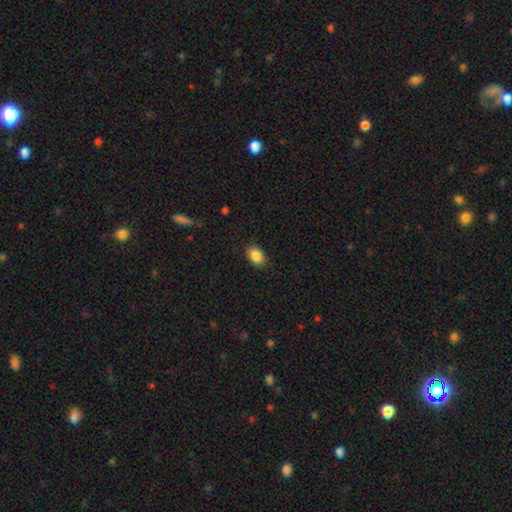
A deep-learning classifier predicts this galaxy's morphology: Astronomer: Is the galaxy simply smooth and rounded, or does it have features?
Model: smooth — 88%.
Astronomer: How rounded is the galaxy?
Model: in between — 83%.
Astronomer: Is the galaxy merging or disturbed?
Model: none — 87%.